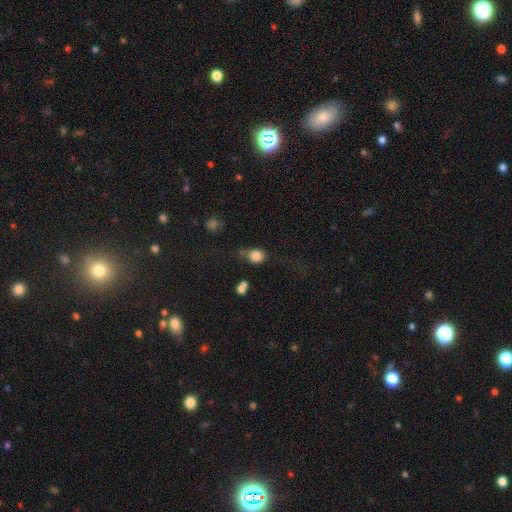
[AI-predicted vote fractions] The model was most divided on "merging": none: 52%, minor disturbance: 21%, merger: 14%, major disturbance: 13%. More confident: smooth or featured — smooth (82%); how rounded — round (78%).